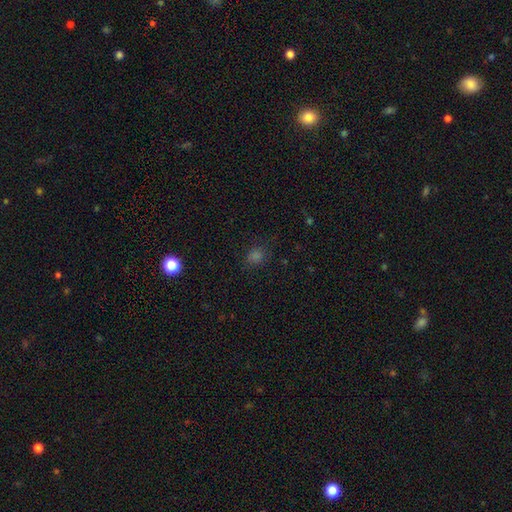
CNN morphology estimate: smooth 69%, star or artifact 26%, featured or disk 5%. Down the decision tree: how rounded — round (75%); merging — none (81%).